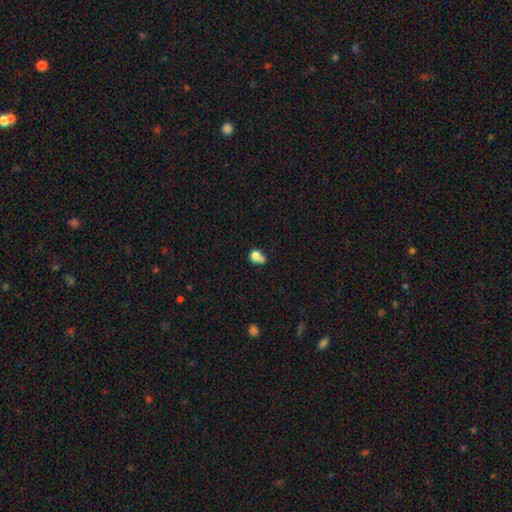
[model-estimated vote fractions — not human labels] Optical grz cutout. It shows a smooth galaxy with no disk features (77%) that is round (65%). Merging: merger (36%).